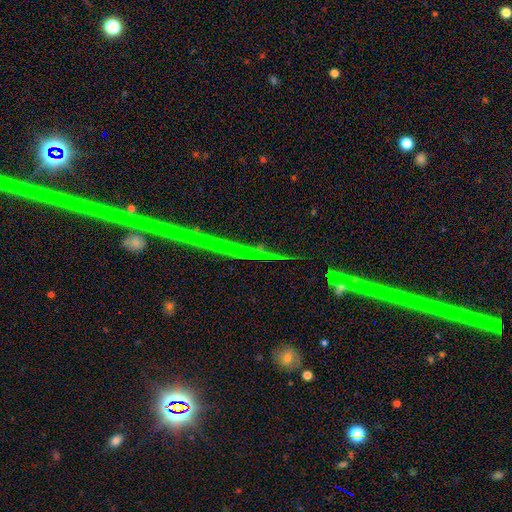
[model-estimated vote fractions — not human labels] star or artifact 80%, featured or disk 13%, smooth 8%.